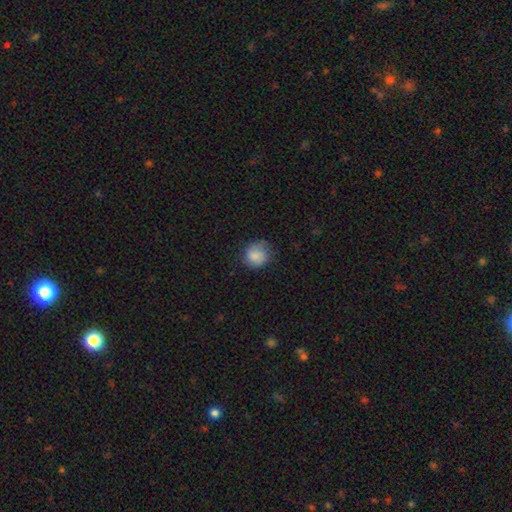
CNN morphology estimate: type=smooth (79%); roundness=round (79%); merging=none (66%).